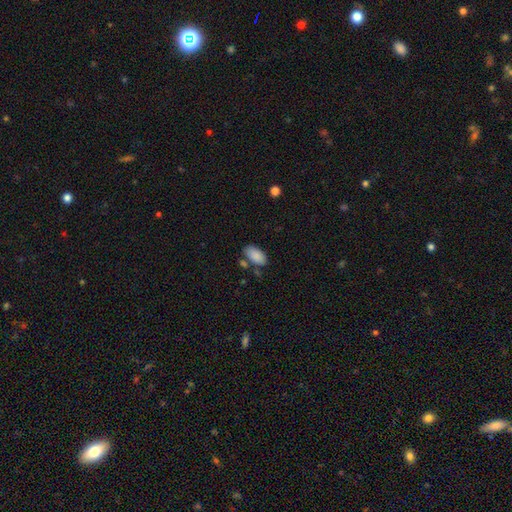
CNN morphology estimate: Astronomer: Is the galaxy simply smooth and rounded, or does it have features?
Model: smooth — 87%.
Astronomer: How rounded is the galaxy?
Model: in between — 95%.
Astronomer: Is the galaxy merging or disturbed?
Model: none — 70%.